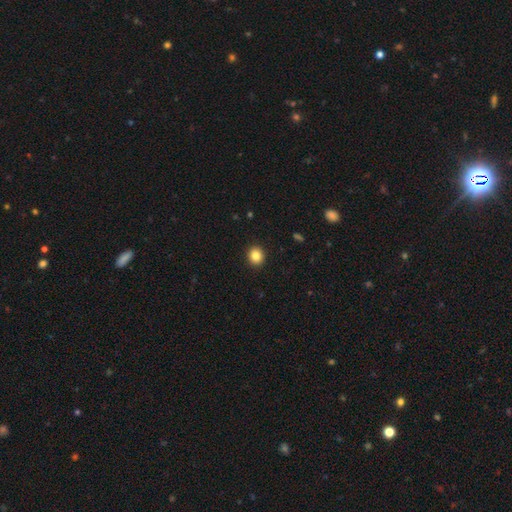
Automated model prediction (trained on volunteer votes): A smooth galaxy with no disk features (85%) that is round (78%).

Vote fractions:
- Smooth or featured? smooth: 85% / star or artifact: 10% / featured or disk: 5%
- How rounded? round: 78% / in between: 21% / cigar-shaped: 1%
- Merging? none: 92% / minor disturbance: 5% / major disturbance: 2% / merger: 1%